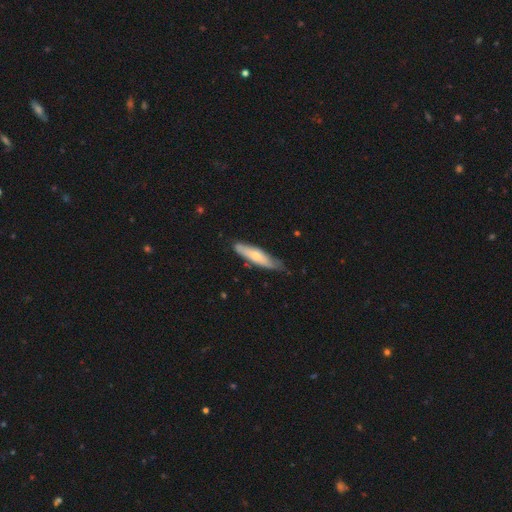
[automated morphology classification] smooth-or-featured: smooth: 60% | featured or disk: 35% | star or artifact: 5%
  how-rounded: cigar-shaped: 72% | in between: 26% | round: 2%
  merging: none: 67% | minor disturbance: 27% | major disturbance: 4% | merger: 2%